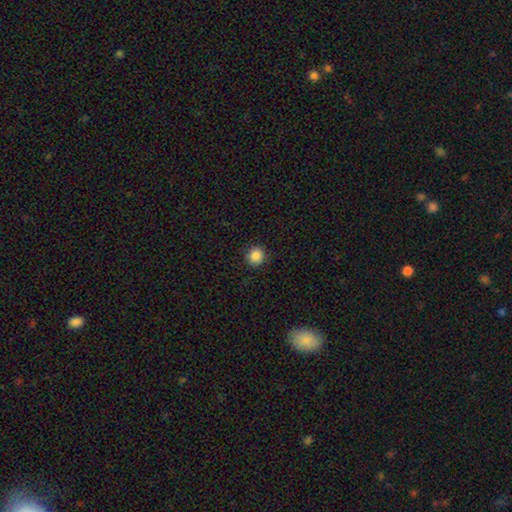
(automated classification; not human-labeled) Smooth or featured? smooth (87%)
How rounded? round (93%)
Merging? none (92%)